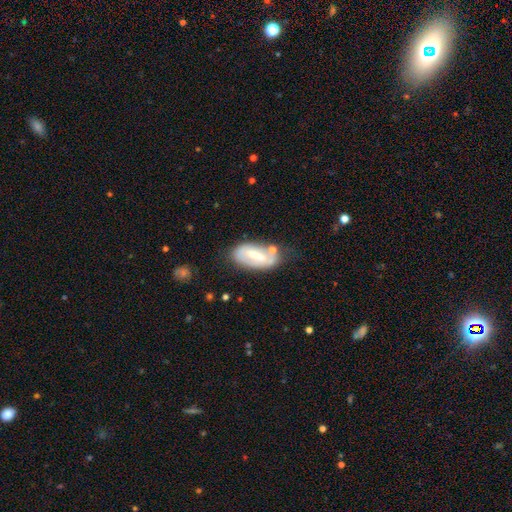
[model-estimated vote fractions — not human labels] Smooth or featured? Predicted: featured or disk (p=0.53). Edge-on disk? Predicted: no (p=0.89). Merging? Predicted: none (p=0.57).